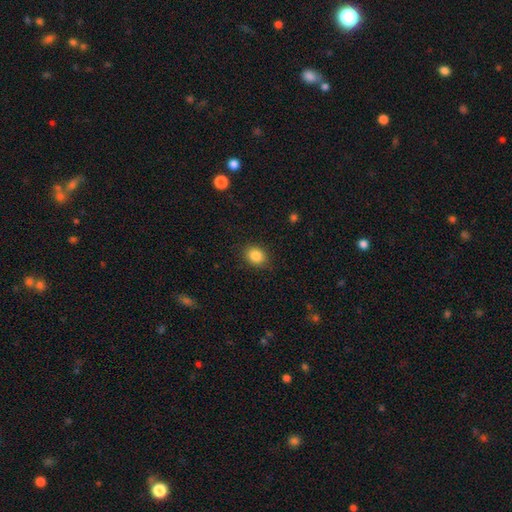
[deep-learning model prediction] smooth_or_featured: smooth (p=0.86) [alt: star or artifact p=0.10]
how_rounded: round (p=0.58) [alt: in between p=0.41]
merging: none (p=0.87) [alt: minor disturbance p=0.09]